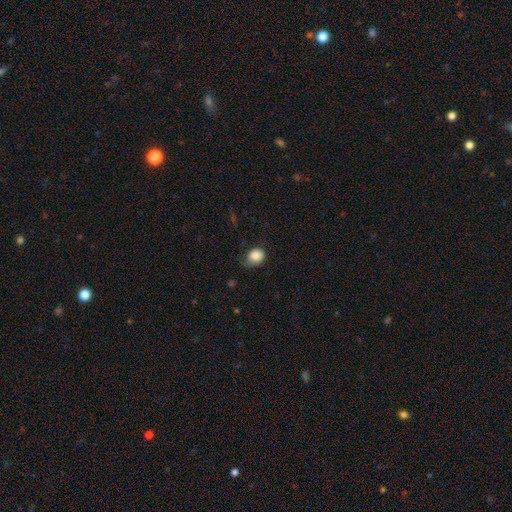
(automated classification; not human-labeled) A smooth galaxy with no disk features (84%) that is round (56%).

Vote fractions:
- Smooth or featured? smooth: 84% / star or artifact: 8% / featured or disk: 8%
- How rounded? round: 56% / in between: 43% / cigar-shaped: 1%
- Merging? none: 44% / minor disturbance: 39% / major disturbance: 16% / merger: 2%